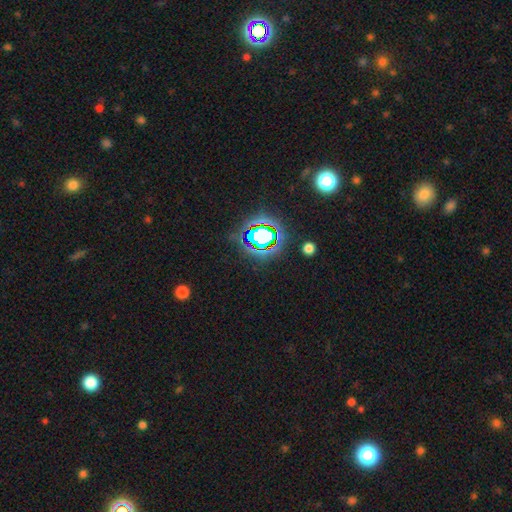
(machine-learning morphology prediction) A star or artifact, not a galaxy (80%).

Vote fractions:
- Smooth or featured? star or artifact: 80% / smooth: 12% / featured or disk: 8%